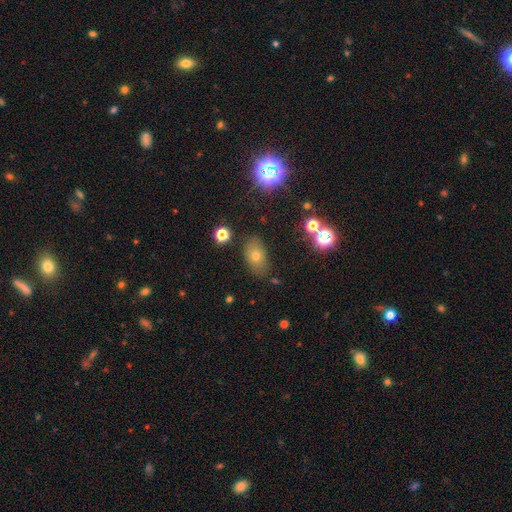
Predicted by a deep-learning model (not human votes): Smooth or featured? Predicted: smooth (p=0.68). How rounded? Predicted: in between (p=0.85). Merging? Predicted: none (p=0.79).